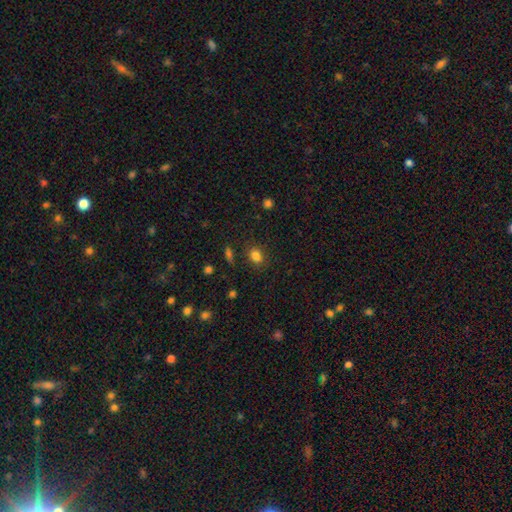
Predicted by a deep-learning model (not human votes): This is clearly a smooth galaxy (81%). How rounded: likely in between (61%). Merging: likely none (79%).